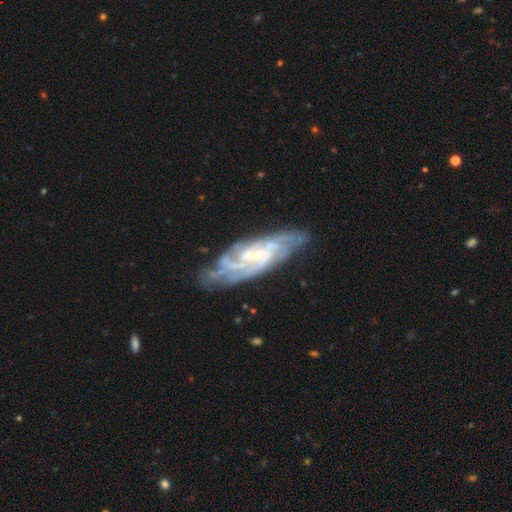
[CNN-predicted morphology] smooth_or_featured: featured or disk (p=0.87) [alt: smooth p=0.07]
disk_edge_on: no (p=0.88) [alt: yes p=0.12]
bar: weak (p=0.46) [alt: no p=0.32]
has_spiral_arms: yes (p=0.96) [alt: no p=0.04]
spiral_winding: tight (p=0.56) [alt: medium p=0.36]
spiral_arm_count: can't tell (p=0.27) [alt: 3 p=0.24]
bulge_size: small (p=0.58) [alt: moderate p=0.27]
merging: none (p=0.72) [alt: minor disturbance p=0.19]